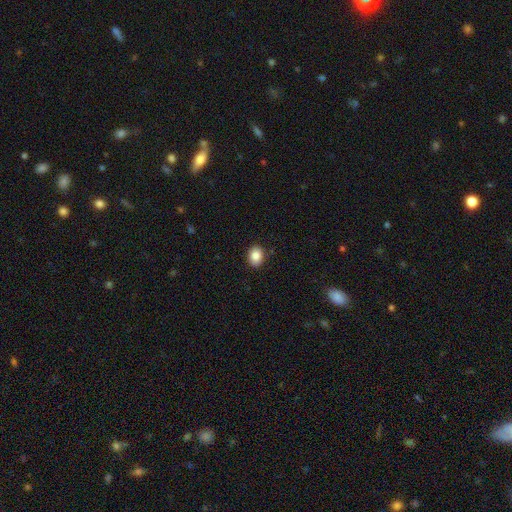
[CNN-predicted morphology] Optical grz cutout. It shows a smooth galaxy with no disk features (86%) that is in between round and cigar-shaped (57%). Merging: none (89%).